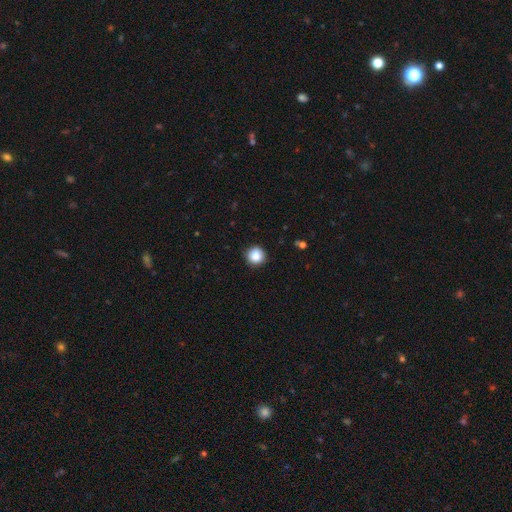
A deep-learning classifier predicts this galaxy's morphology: This is clearly a smooth galaxy (87%). How rounded: clearly round (94%). Merging: clearly none (90%).